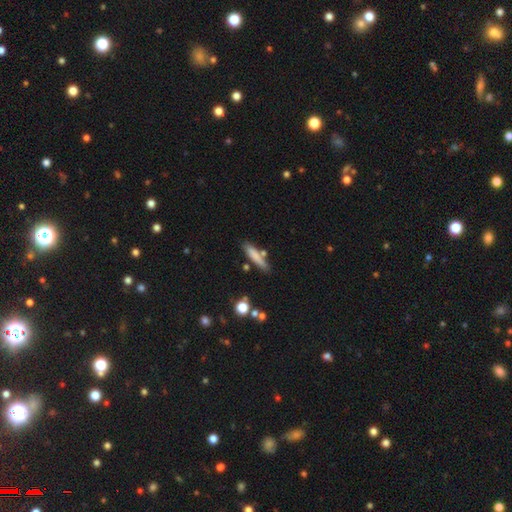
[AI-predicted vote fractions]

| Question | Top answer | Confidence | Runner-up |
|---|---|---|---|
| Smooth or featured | smooth | 77% | featured or disk (16%) |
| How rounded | cigar-shaped | 83% | in between (15%) |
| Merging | none | 74% | minor disturbance (14%) |